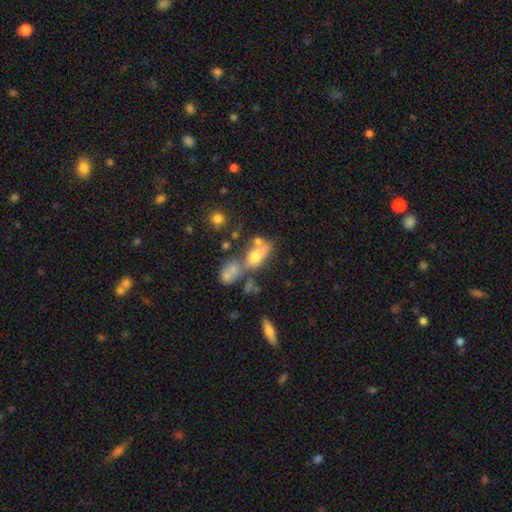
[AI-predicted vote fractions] This appears to be a smooth galaxy with no disk features (58%) that is in between round and cigar-shaped (74%). Merging: merger (43%).